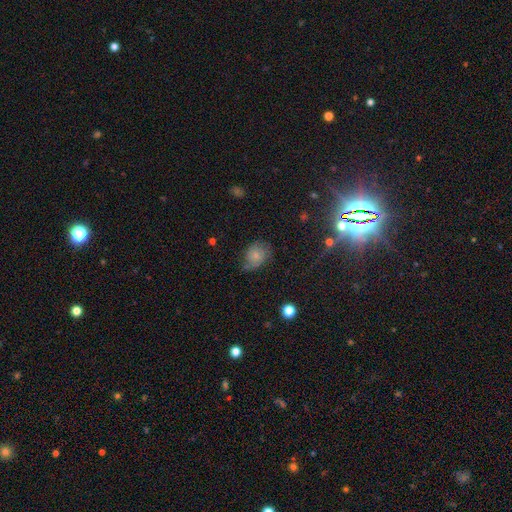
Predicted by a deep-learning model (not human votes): Morphology: type=smooth (63%); roundness=in between (55%); merging=none (53%).